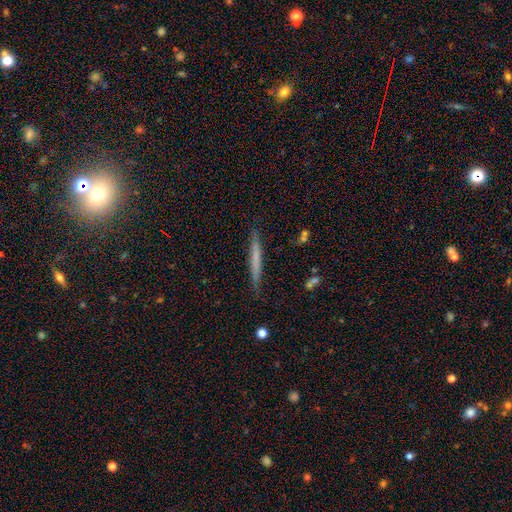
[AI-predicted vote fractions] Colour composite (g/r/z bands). It shows a smooth galaxy with no disk features (55%) that is cigar-shaped (96%). Merging: none (88%).